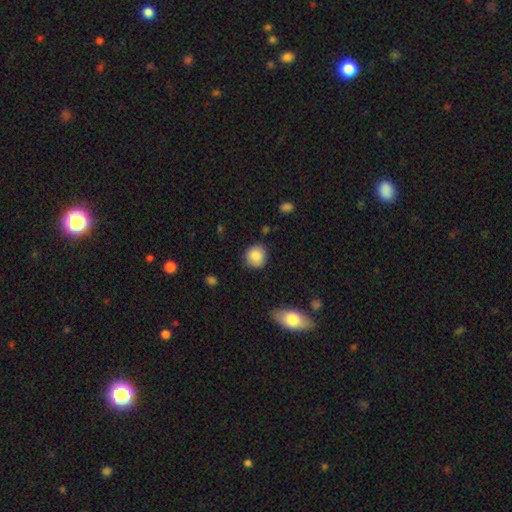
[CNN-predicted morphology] smooth_or_featured: smooth (p=0.86) [alt: star or artifact p=0.08]
how_rounded: round (p=0.82) [alt: in between p=0.16]
merging: none (p=0.83) [alt: minor disturbance p=0.12]